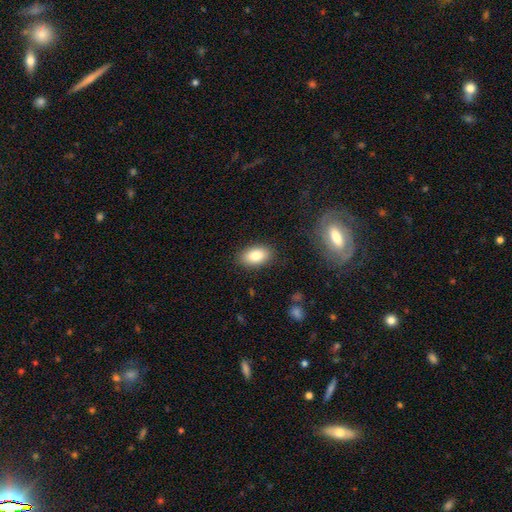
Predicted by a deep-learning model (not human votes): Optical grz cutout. It shows a smooth galaxy with no disk features (84%) that is in between round and cigar-shaped (91%). Merging: none (86%).